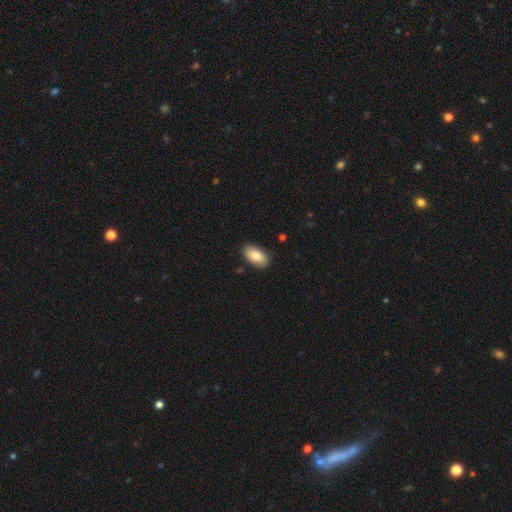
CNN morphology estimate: smooth 83%, featured or disk 11%, star or artifact 6%. Down the decision tree: how rounded — in between (94%); merging — none (88%).